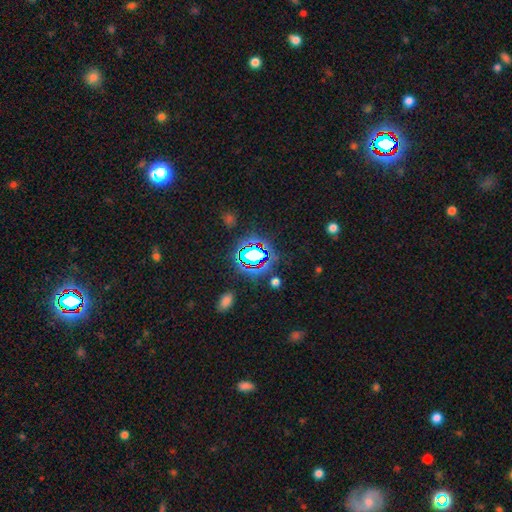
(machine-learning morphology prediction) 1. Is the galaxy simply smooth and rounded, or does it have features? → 68% star or artifact, 21% smooth, 11% featured or disk.